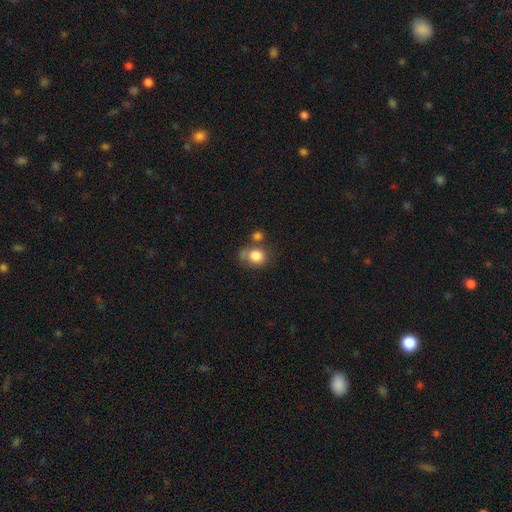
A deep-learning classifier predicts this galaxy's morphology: type=smooth (82%); roundness=round (66%); merging=none (47%).